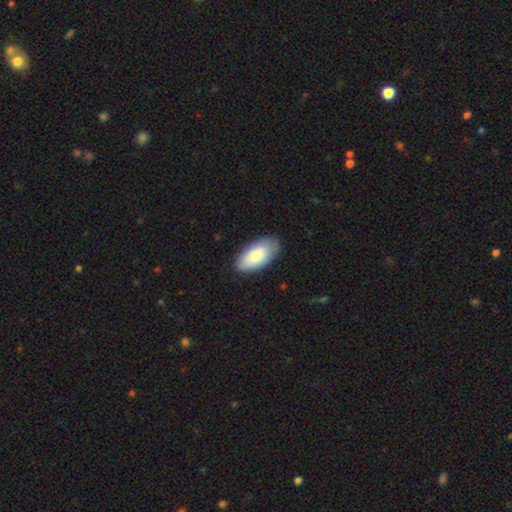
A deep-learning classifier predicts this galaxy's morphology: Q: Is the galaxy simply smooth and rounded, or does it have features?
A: smooth — 79%.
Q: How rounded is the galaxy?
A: in between — 95%.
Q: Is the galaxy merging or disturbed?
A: none — 83%.